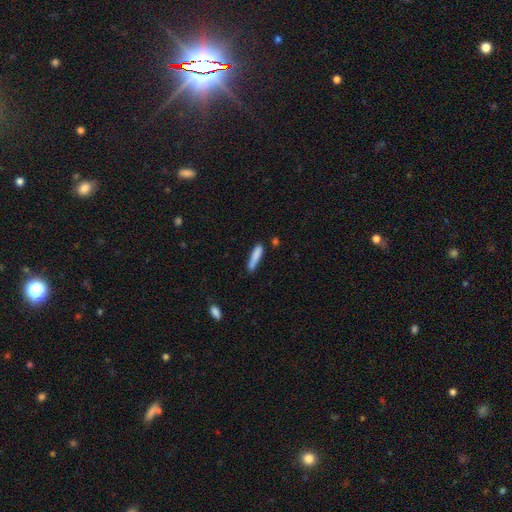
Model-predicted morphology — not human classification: Smooth or featured?
  - smooth: 83% *
  - featured or disk: 10%
  - star or artifact: 7%
How rounded?
  - cigar-shaped: 86% *
  - in between: 13%
  - round: 1%
Merging?
  - none: 69% *
  - minor disturbance: 20%
  - merger: 7%
  - major disturbance: 4%